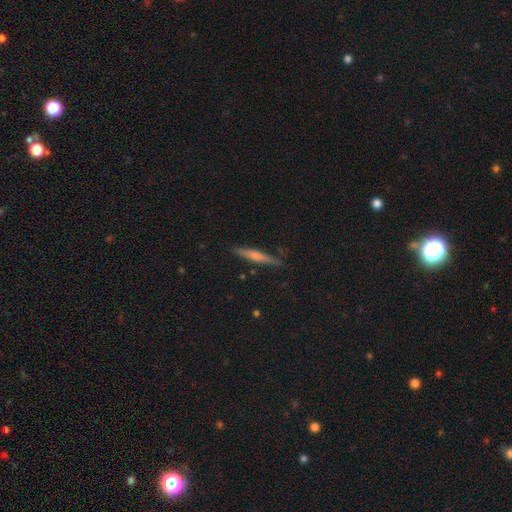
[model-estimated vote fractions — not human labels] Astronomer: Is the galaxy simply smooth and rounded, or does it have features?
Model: smooth — 48% (runner-up: featured or disk, 46%).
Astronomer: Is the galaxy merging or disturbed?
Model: none — 87%.